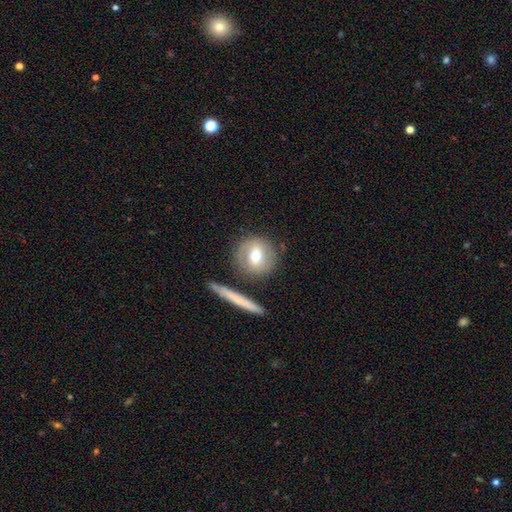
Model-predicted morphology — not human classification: This is possibly a smooth galaxy (60%). How rounded: clearly round (88%). Merging: likely none (78%).